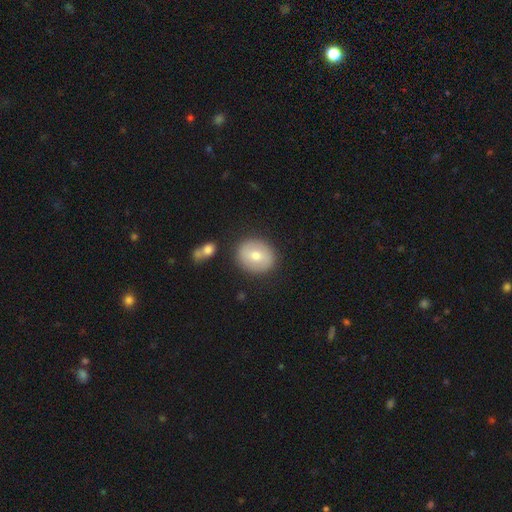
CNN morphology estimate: A smooth galaxy with no disk features (68%) that is round (68%).

Vote fractions:
- Smooth or featured? smooth: 68% / featured or disk: 25% / star or artifact: 7%
- How rounded? round: 68% / in between: 31% / cigar-shaped: 1%
- Merging? none: 85% / minor disturbance: 9% / merger: 3% / major disturbance: 3%